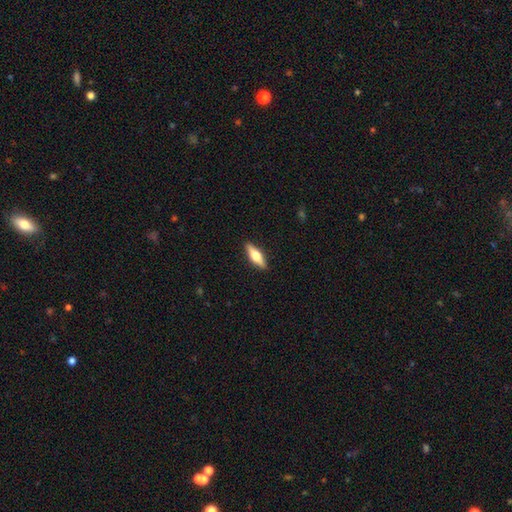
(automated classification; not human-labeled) A featured or disk galaxy (47%, tied with smooth).

Vote fractions:
- Smooth or featured? featured or disk: 47% (tied) / smooth: 47% (tied) / star or artifact: 6%
- Merging? none: 90% / minor disturbance: 7% / major disturbance: 2% / merger: 1%